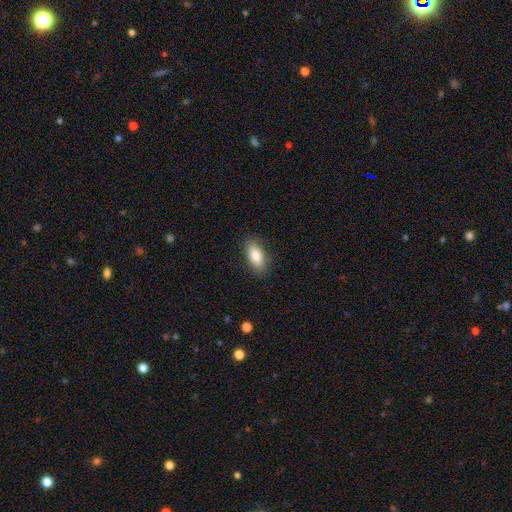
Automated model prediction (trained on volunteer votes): Smooth or featured: smooth — 84% (featured or disk — 10%)
How rounded: in between — 88% (cigar-shaped — 9%)
Merging: none — 86% (minor disturbance — 10%)